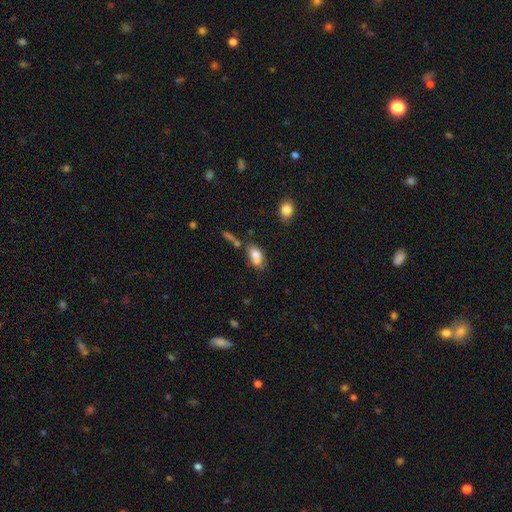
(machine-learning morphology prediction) Smooth or featured: smooth — 77% (featured or disk — 14%)
How rounded: in between — 88% (round — 8%)
Merging: none — 50% (merger — 22%)